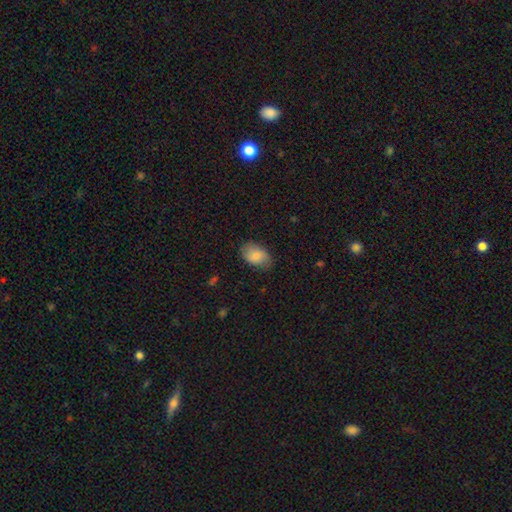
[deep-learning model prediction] Overall: smooth (79%). How rounded: in between (88%). Merging: none (78%).